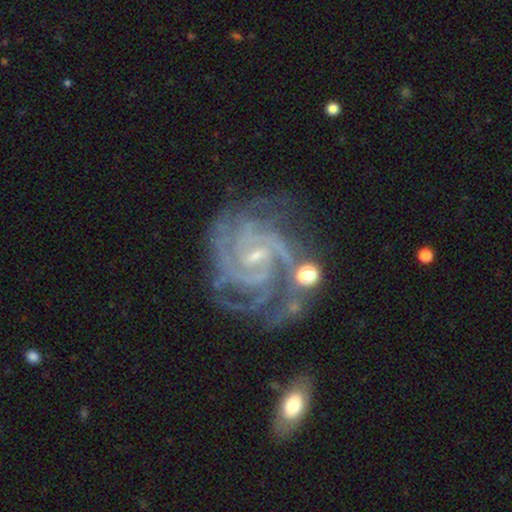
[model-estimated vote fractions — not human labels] featured or disk 92%, star or artifact 5%, smooth 3%. Down the decision tree: edge-on disk — no (98%); bar — weak (48%); spiral arms — yes (98%); spiral arm count — 3 (26%); spiral winding — tight (70%); bulge size — small (76%); merging — none (61%).